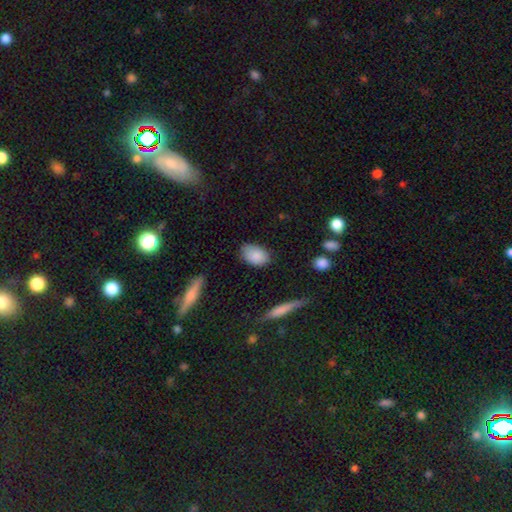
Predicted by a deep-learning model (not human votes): Smooth or featured: smooth — 86% (star or artifact — 7%)
How rounded: in between — 88% (round — 10%)
Merging: none — 77% (minor disturbance — 18%)